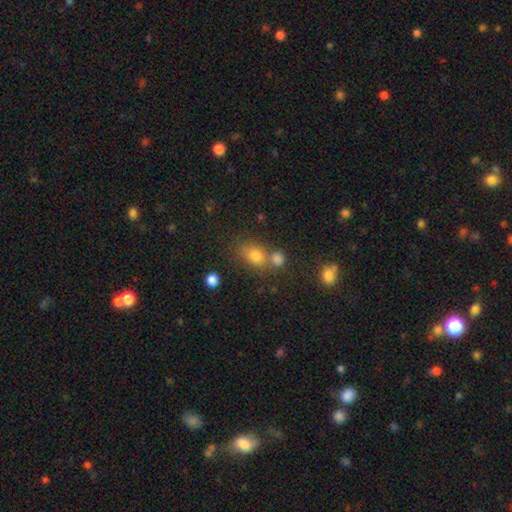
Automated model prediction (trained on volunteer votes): The model was most divided on "merging": none: 50%, merger: 32%, minor disturbance: 12%, major disturbance: 5%. More confident: smooth or featured — smooth (76%); how rounded — in between (60%).